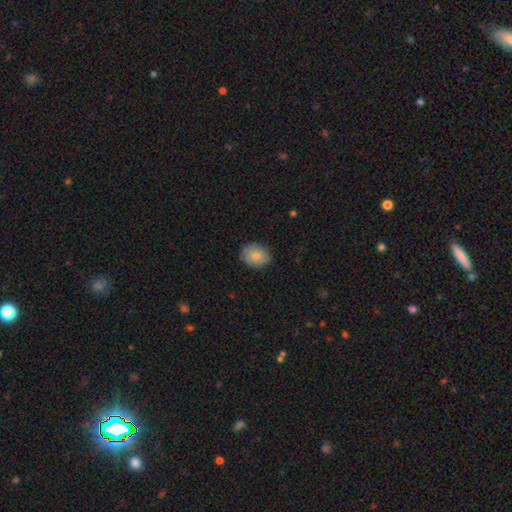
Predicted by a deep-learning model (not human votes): smooth-or-featured: smooth: 85% | featured or disk: 8% | star or artifact: 7%
  how-rounded: in between: 54% | round: 45% | cigar-shaped: 1%
  merging: none: 85% | minor disturbance: 12% | major disturbance: 2% | merger: 1%